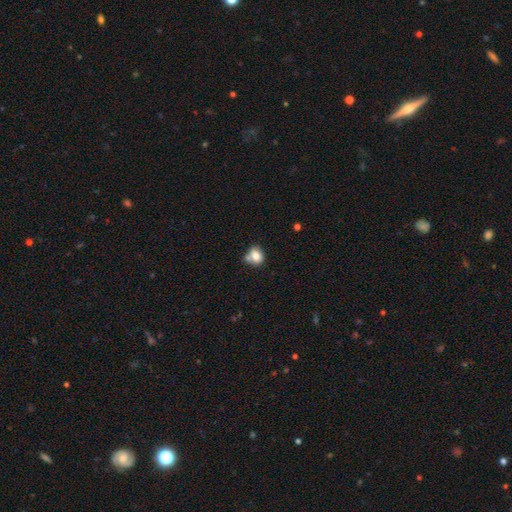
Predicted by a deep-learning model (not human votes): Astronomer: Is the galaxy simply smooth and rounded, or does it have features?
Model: smooth — 78%.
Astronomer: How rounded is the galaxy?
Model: round — 60% (runner-up: in between, 39%).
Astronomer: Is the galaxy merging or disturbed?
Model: none — 50%.